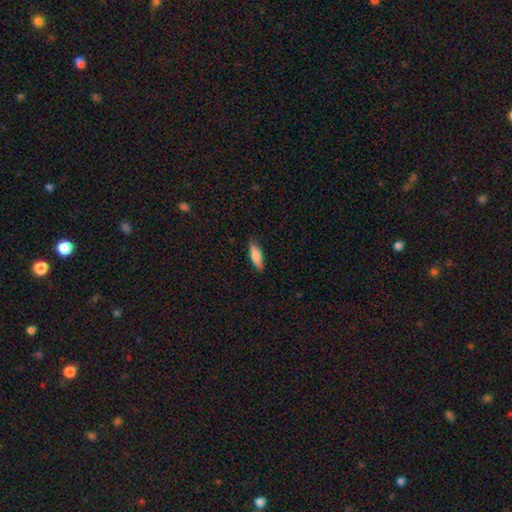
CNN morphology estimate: This is clearly a smooth galaxy (82%). How rounded: possibly in between (55%). Merging: clearly none (85%).